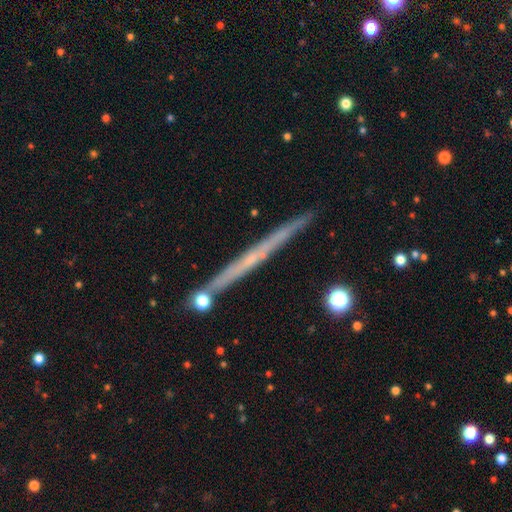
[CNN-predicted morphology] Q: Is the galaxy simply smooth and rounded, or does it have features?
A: featured or disk — 62%.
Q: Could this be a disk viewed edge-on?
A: yes — 97%.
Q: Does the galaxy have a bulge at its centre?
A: none — 85%.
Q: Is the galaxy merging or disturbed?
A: none — 88%.